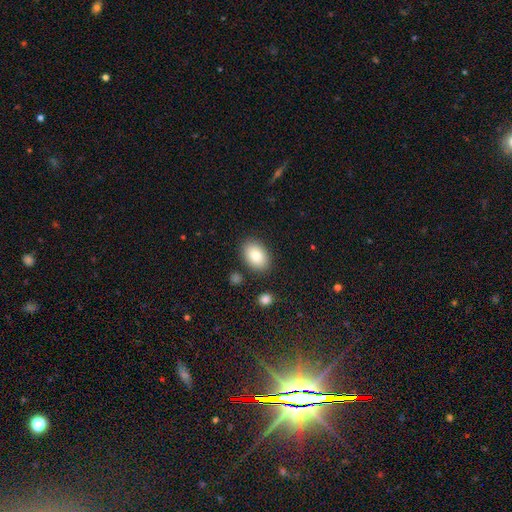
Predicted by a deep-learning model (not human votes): This appears to be a smooth galaxy with no disk features (84%) that is in between round and cigar-shaped (87%). Merging: none (85%).